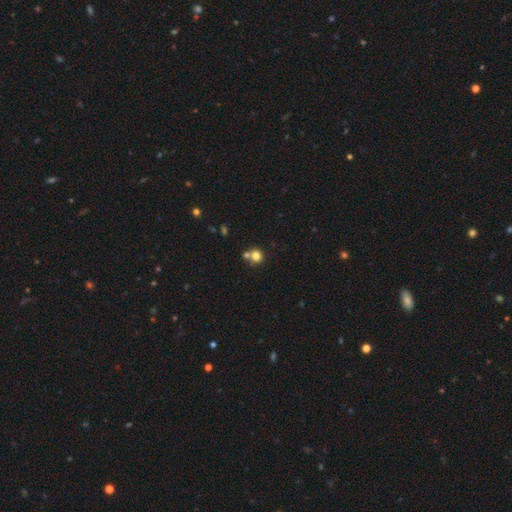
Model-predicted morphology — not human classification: Smooth or featured? Predicted: smooth (p=0.78). How rounded? Predicted: round (p=0.84). Merging? Predicted: none (p=0.55).